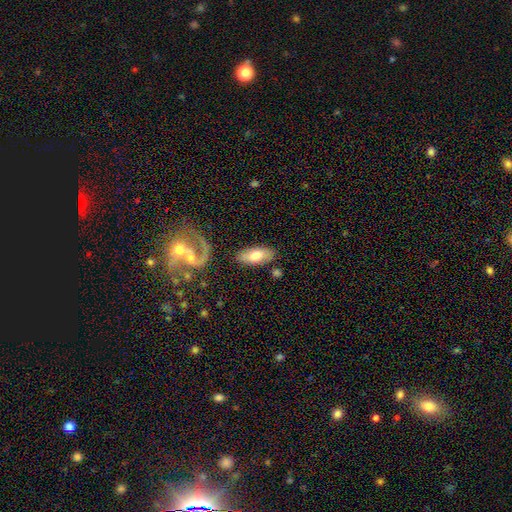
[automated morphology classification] smooth 65%, featured or disk 29%, star or artifact 6%. Down the decision tree: how rounded — in between (83%); merging — none (80%).